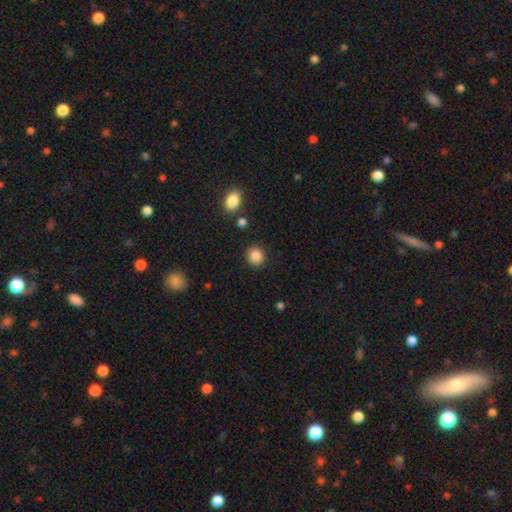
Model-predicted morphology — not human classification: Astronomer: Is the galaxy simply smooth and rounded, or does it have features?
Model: smooth — 88%.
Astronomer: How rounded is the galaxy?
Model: round — 84%.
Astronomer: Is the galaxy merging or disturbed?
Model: none — 89%.